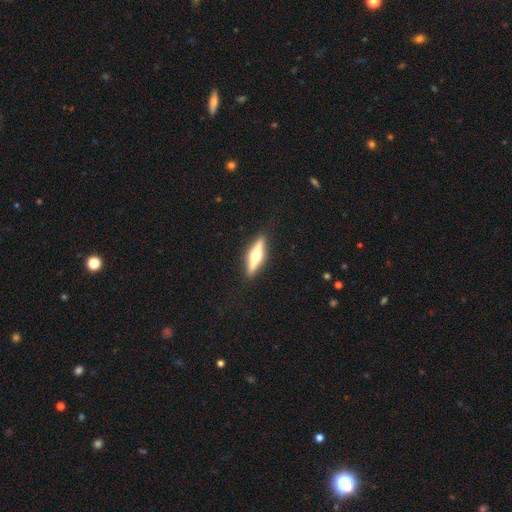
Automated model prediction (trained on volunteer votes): A featured or disk galaxy (71%) viewed edge-on (97%) with a rounded central bulge (94%). Merging: none (90%).